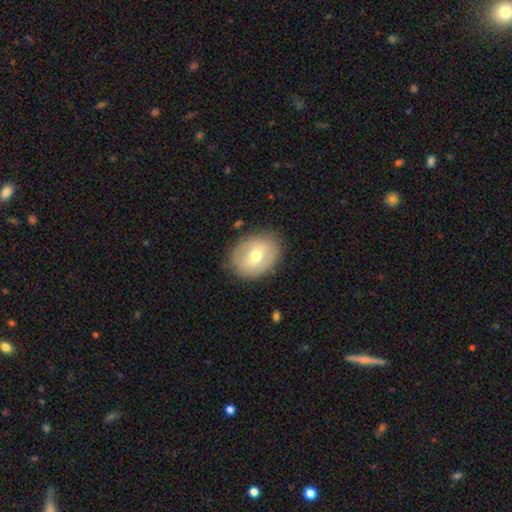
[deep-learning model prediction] A smooth galaxy with no disk features (49%). Merging: none (82%).